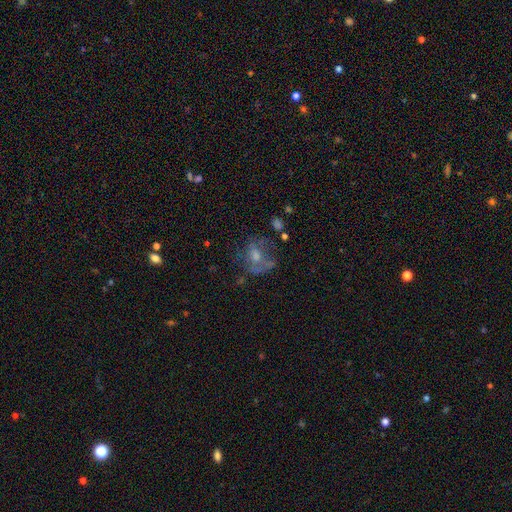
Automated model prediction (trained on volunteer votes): A featured or disk galaxy (51%). Merging: none (48%).